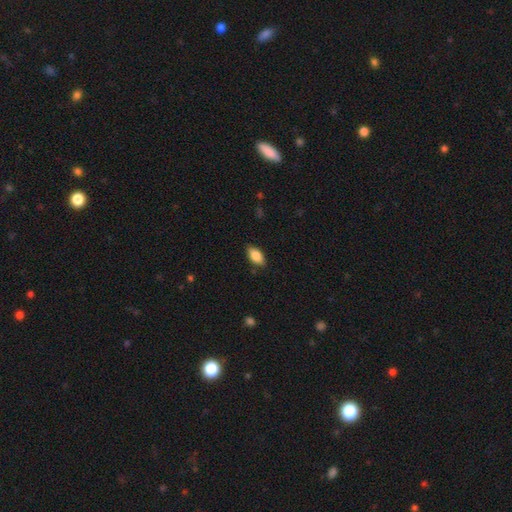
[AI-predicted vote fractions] Smooth or featured: smooth — 85% (featured or disk — 8%)
How rounded: in between — 92% (cigar-shaped — 4%)
Merging: none — 86% (minor disturbance — 11%)